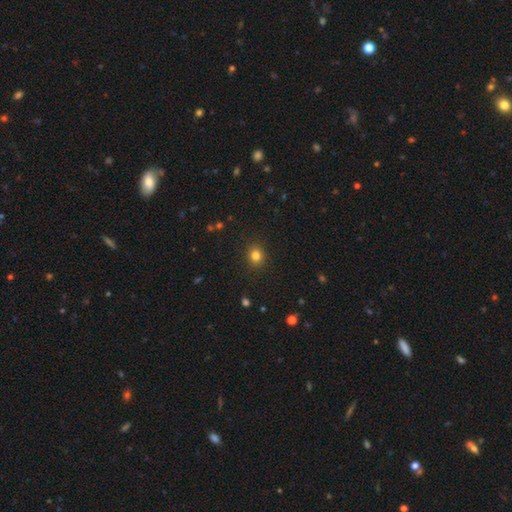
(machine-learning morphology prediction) The model was most divided on "how rounded": round: 76%, in between: 24%, cigar-shaped: 1%. More confident: merging — none (90%); smooth or featured — smooth (81%).